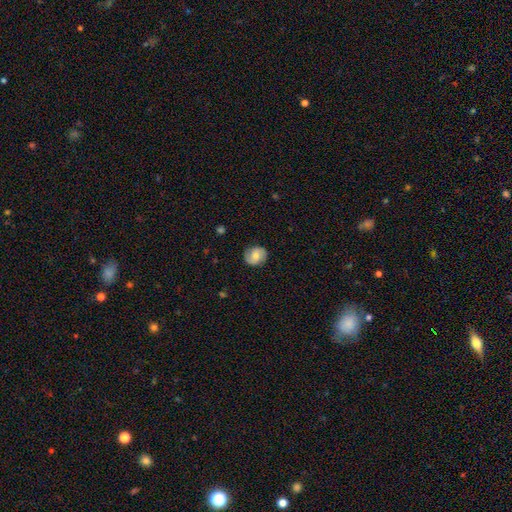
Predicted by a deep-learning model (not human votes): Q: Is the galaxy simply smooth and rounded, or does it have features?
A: smooth — 53%.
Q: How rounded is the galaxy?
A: round — 76%.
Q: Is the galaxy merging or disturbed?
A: none — 84%.